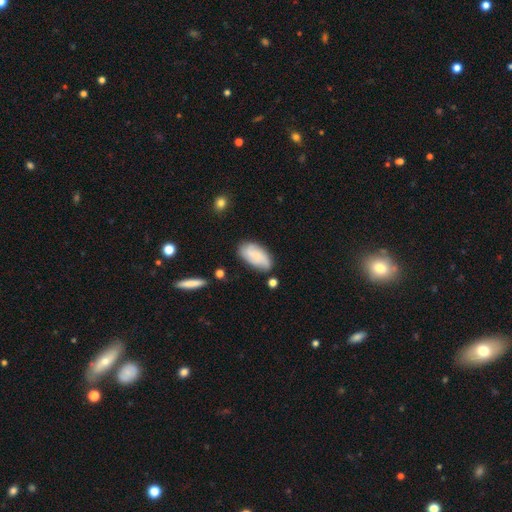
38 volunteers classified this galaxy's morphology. Smooth or featured?
  - featured or disk: 53% *
  - smooth: 45%
  - star or artifact: 3%
Edge-on disk?
  - no: 95% *
  - yes: 5%
Bar?
  - no: 74% *
  - weak: 26%
  - strong: 0%
Spiral arms?
  - yes: 89% *
  - no: 11%
Spiral winding?
  - medium: 47% *
  - loose: 29%
  - tight: 24%
Spiral arm count?
  - 3: 35% * (tied)
  - can't tell: 35% * (tied)
  - 2: 29%
  - 1: 0%
  - 4: 0%
  - more than 4: 0%
Bulge size?
  - small: 58% *
  - moderate: 21%
  - none: 16%
  - large: 5%
  - dominant: 0%
Merging?
  - none: 73% *
  - minor disturbance: 14%
  - major disturbance: 11%
  - merger: 3%